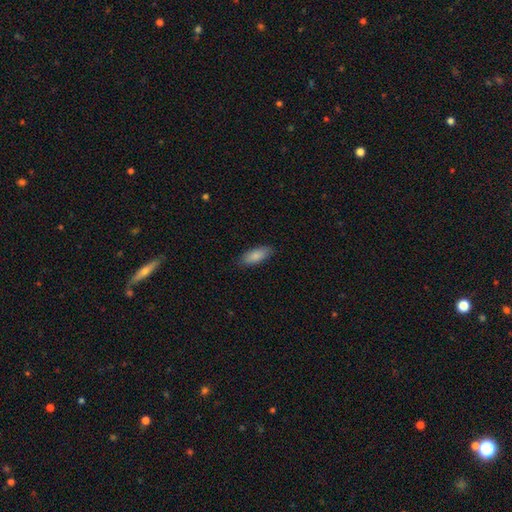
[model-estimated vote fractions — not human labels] smooth 86%, featured or disk 8%, star or artifact 6%. Down the decision tree: how rounded — in between (75%); merging — none (86%).